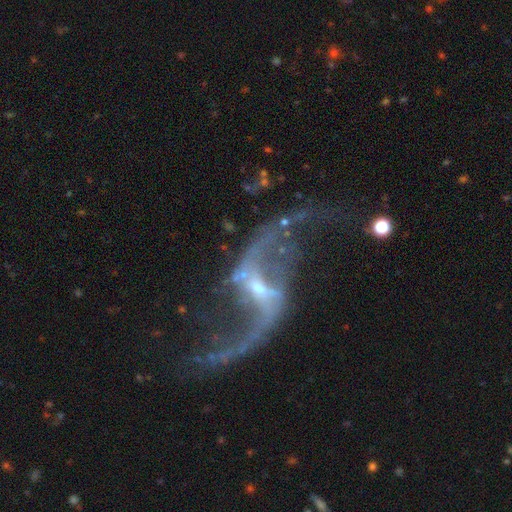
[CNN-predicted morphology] Smooth or featured? featured or disk (93%)
Edge-on disk? no (96%)
Bar? weak (42%)
Spiral arms? yes (98%)
Spiral winding? loose (91%)
Spiral arm count? 2 (94%)
Bulge size? small (76%)
Merging? none (71%)